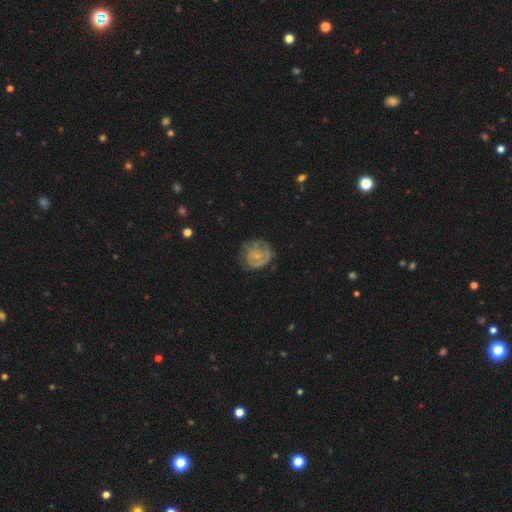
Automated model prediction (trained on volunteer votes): A featured or disk galaxy (58%) with no bar (81%), spiral arms (67%) and a small central bulge (69%).

Vote fractions:
- Smooth or featured? featured or disk: 58% / smooth: 34% / star or artifact: 7%
- Edge-on disk? no: 98% / yes: 2%
- Bar? no: 81% / weak: 16% / strong: 3%
- Spiral arms? yes: 67% / no: 33%
- Bulge size? small: 69% / moderate: 19% / none: 9% / large: 1% / dominant: 1%
- Merging? none: 58% / minor disturbance: 26% / major disturbance: 15% / merger: 2%